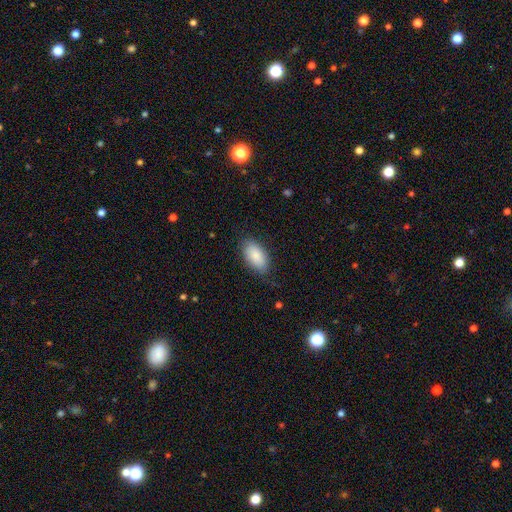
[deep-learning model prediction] smooth-or-featured: smooth: 88% | featured or disk: 6% | star or artifact: 6%
  how-rounded: in between: 94% | round: 3% | cigar-shaped: 3%
  merging: none: 82% | minor disturbance: 14% | major disturbance: 3% | merger: 1%